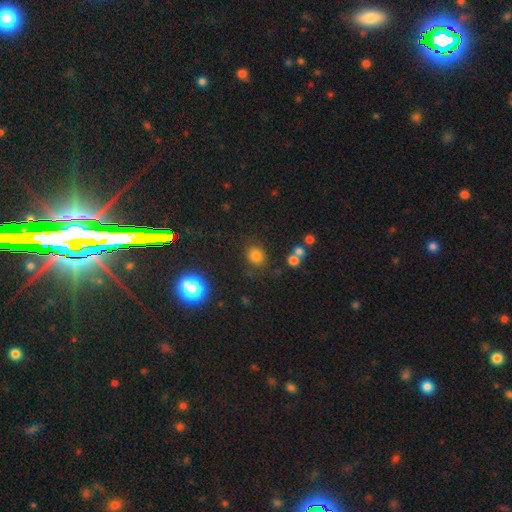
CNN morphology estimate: Smooth or featured?
  - smooth: 76% *
  - star or artifact: 18%
  - featured or disk: 6%
How rounded?
  - round: 79% *
  - in between: 20%
  - cigar-shaped: 1%
Merging?
  - none: 80% *
  - minor disturbance: 11%
  - merger: 5%
  - major disturbance: 4%